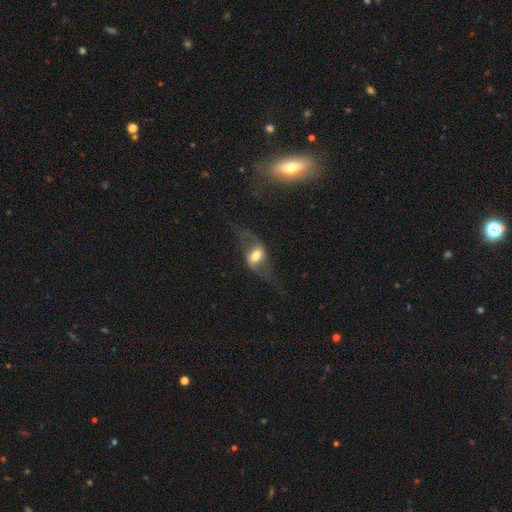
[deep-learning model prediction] smooth-or-featured: featured or disk: 70% | smooth: 23% | star or artifact: 7%
  disk-edge-on: no: 75% | yes: 25%
    bar: weak: 39% | strong: 34% | no: 27%
    has-spiral-arms: yes: 76% | no: 24%
    bulge-size: moderate: 59% | large: 24% | small: 11% | dominant: 4% | none: 2%
  merging: none: 55% | major disturbance: 25% | minor disturbance: 17% | merger: 3%